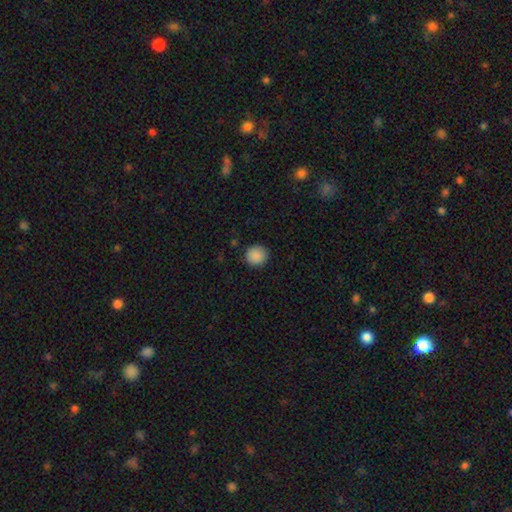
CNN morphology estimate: Q: Smooth or featured?
A: smooth (89%); runner-up: star or artifact (8%)
Q: How rounded?
A: round (93%); runner-up: in between (6%)
Q: Merging?
A: none (90%); runner-up: minor disturbance (7%)